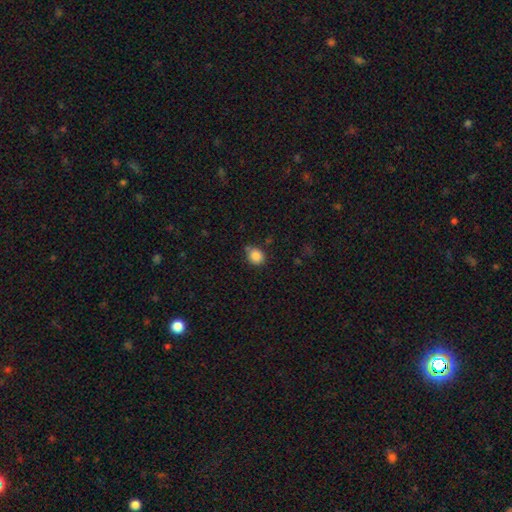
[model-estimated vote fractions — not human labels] smooth_or_featured: smooth (p=0.86) [alt: star or artifact p=0.10]
how_rounded: round (p=0.77) [alt: in between p=0.22]
merging: none (p=0.70) [alt: minor disturbance p=0.18]